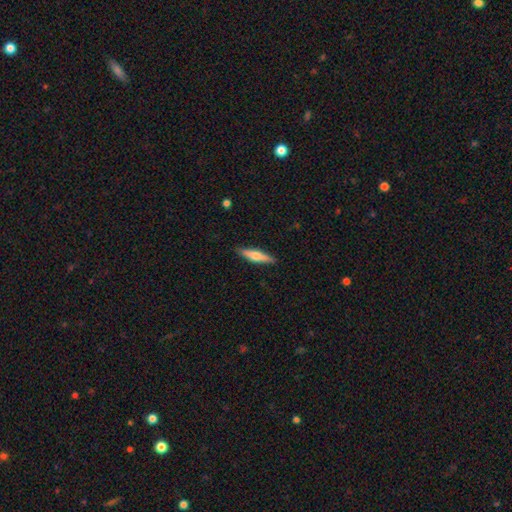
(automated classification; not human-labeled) smooth-or-featured: smooth: 49% | featured or disk: 45% | star or artifact: 6%
  merging: none: 89% | minor disturbance: 8% | major disturbance: 2% | merger: 1%